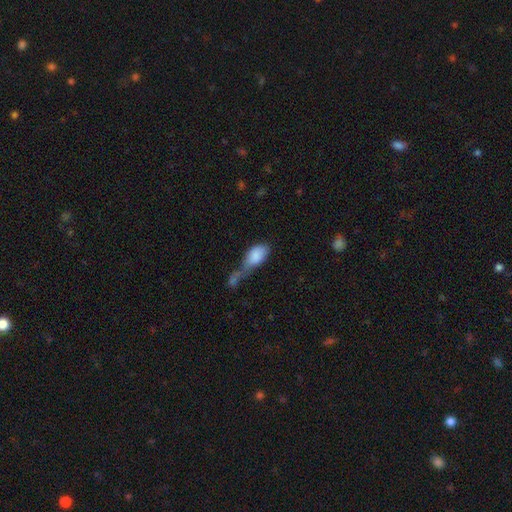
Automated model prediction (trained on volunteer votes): Morphology: type=smooth (81%); roundness=in between (90%); merging=merger (48%).